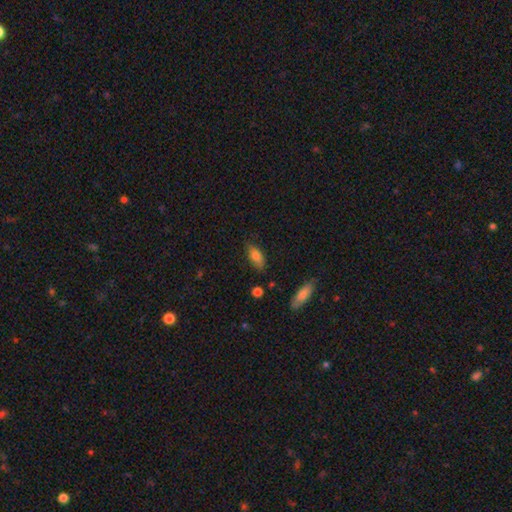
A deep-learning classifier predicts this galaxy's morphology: A smooth galaxy with no disk features (78%) that is in between round and cigar-shaped (79%).

Vote fractions:
- Smooth or featured? smooth: 78% / featured or disk: 14% / star or artifact: 8%
- How rounded? in between: 79% / cigar-shaped: 18% / round: 3%
- Merging? none: 77% / minor disturbance: 17% / major disturbance: 3% / merger: 2%